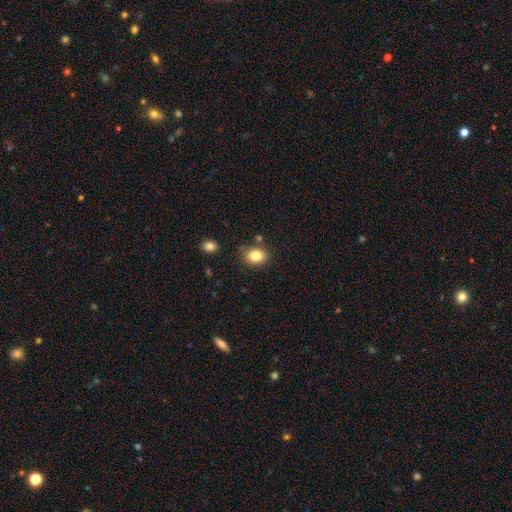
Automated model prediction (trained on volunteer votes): Overall: smooth (83%). How rounded: in between (54%; round 45%). Merging: none (77%).